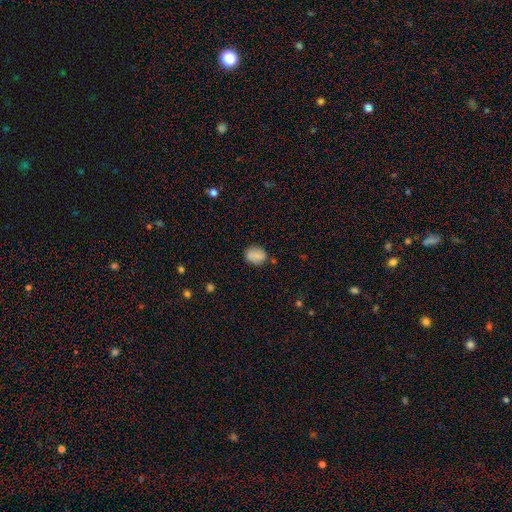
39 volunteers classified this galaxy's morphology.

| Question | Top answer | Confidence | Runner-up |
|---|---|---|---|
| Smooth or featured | smooth | 82% | featured or disk (15%) |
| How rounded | in between | 72% | round (28%) |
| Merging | none | 89% | minor disturbance (5%) |